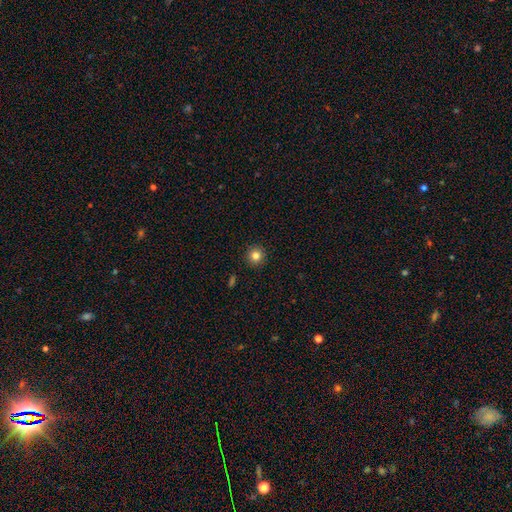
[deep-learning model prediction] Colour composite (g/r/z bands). It shows a smooth galaxy with no disk features (82%) that is round (95%). Merging: none (92%).